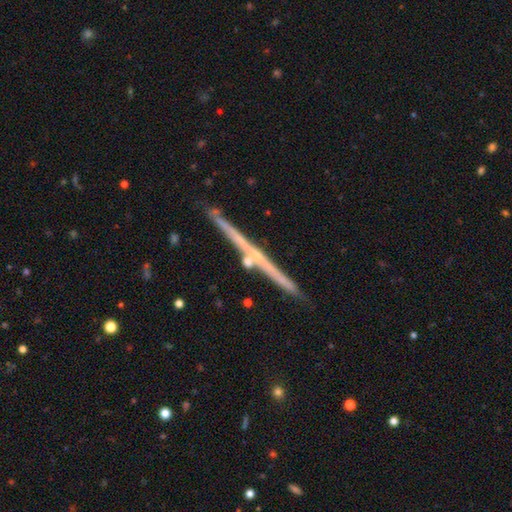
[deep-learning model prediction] Smooth or featured? featured or disk (73%)
Edge-on disk? yes (98%)
Edge-on bulge? none (69%)
Merging? none (87%)